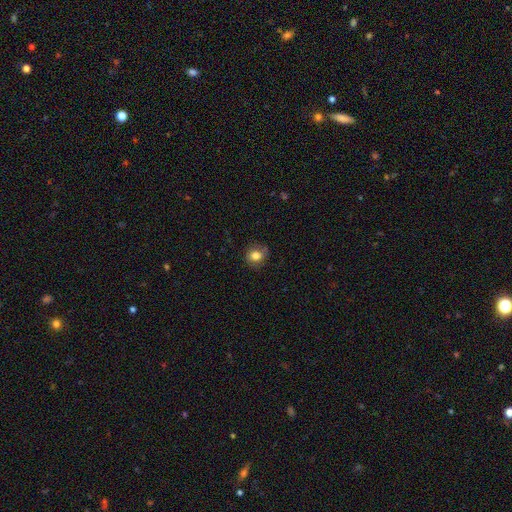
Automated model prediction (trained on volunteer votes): Smooth or featured? Predicted: smooth (p=0.81). How rounded? Predicted: round (p=0.69). Merging? Predicted: none (p=0.75).